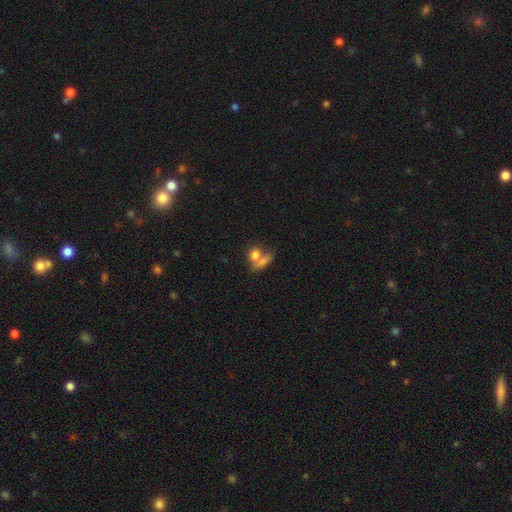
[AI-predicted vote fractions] Smooth or featured: smooth — 77% (featured or disk — 13%)
How rounded: round — 49% (in between — 45%)
Merging: merger — 52% (none — 33%)